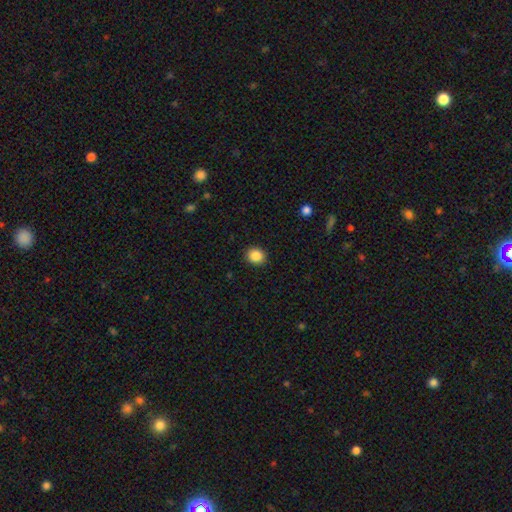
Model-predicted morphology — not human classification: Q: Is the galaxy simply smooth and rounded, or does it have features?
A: smooth — 87%.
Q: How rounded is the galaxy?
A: round — 79%.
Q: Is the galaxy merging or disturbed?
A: none — 91%.